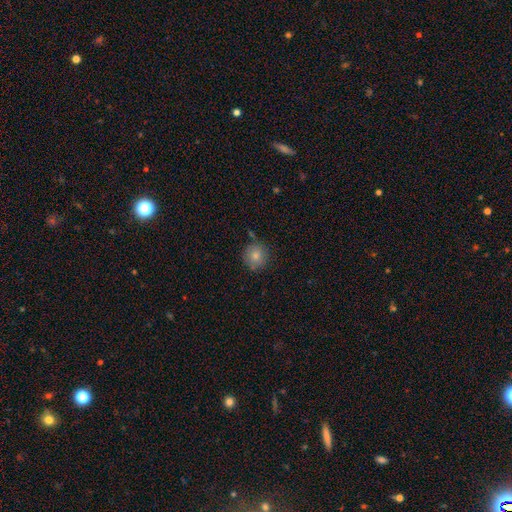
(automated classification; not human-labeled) Smooth or featured?
  - smooth: 82% *
  - star or artifact: 9%
  - featured or disk: 9%
How rounded?
  - round: 92% *
  - in between: 7%
  - cigar-shaped: 1%
Merging?
  - none: 80% *
  - minor disturbance: 13%
  - merger: 5%
  - major disturbance: 3%